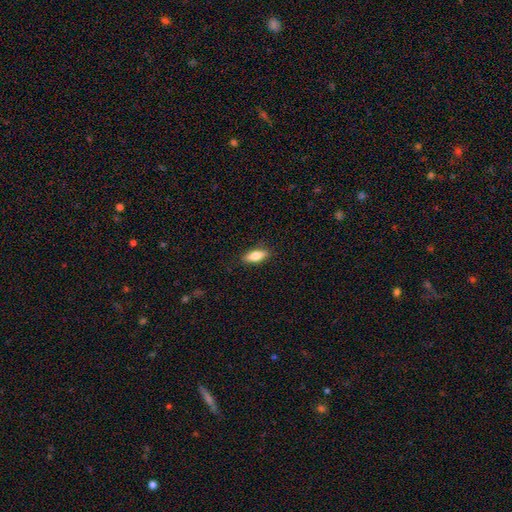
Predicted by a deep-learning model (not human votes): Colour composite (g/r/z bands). It shows a smooth galaxy with no disk features (75%) that is in between round and cigar-shaped (72%). Merging: none (87%).